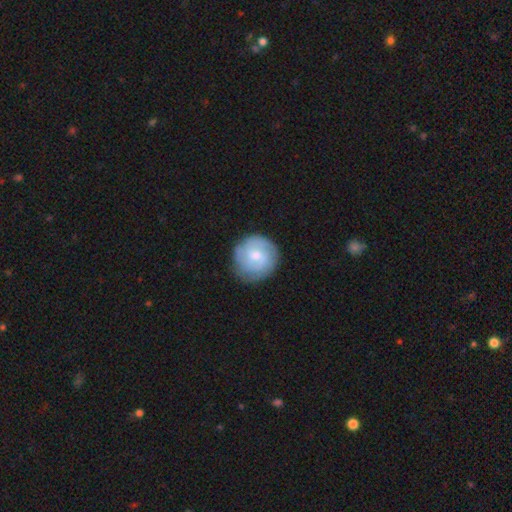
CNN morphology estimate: Overall: featured or disk (54%; smooth 41%). Edge-on disk: no (98%). Bar: no (56%; weak 39%). Spiral arms: yes (84%). Bulge size: moderate (49%; small 42%). Merging: none (80%).